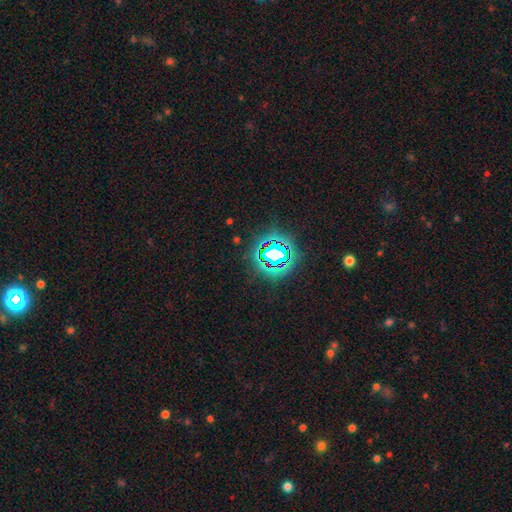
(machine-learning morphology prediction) Smooth or featured?
  - star or artifact: 82% *
  - smooth: 11%
  - featured or disk: 6%